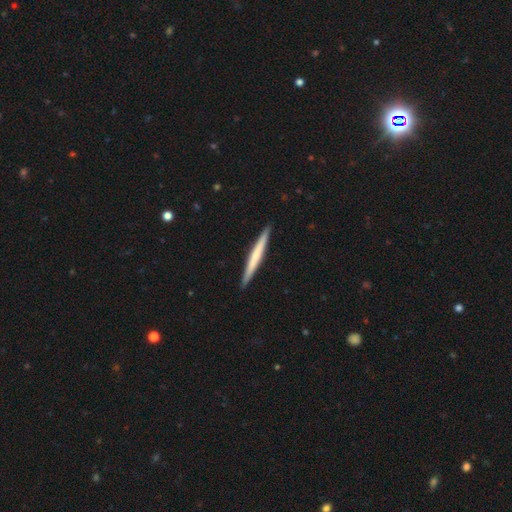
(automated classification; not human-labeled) This appears to be a smooth galaxy with no disk features (51%) that is cigar-shaped (97%). Merging: none (92%).